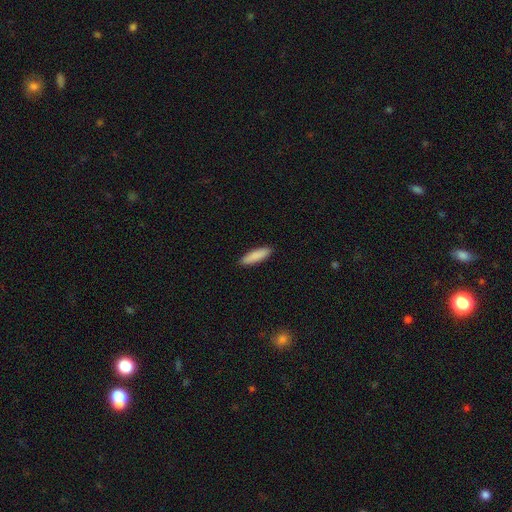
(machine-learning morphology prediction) smooth-or-featured: smooth: 88% | featured or disk: 6% | star or artifact: 5%
  how-rounded: cigar-shaped: 60% | in between: 38% | round: 1%
  merging: none: 91% | minor disturbance: 7% | major disturbance: 2% | merger: 1%